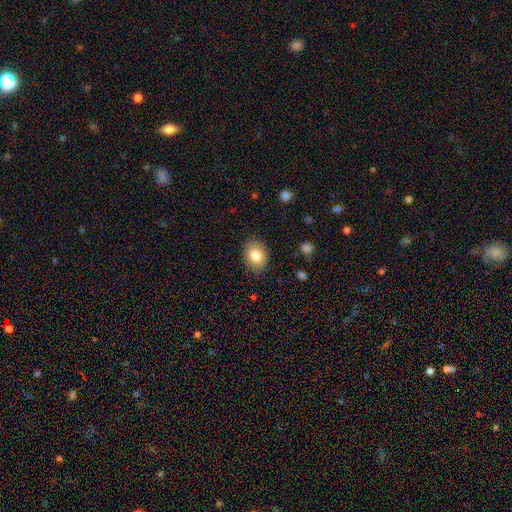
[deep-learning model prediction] smooth 83%, star or artifact 9%, featured or disk 8%. Down the decision tree: how rounded — in between (64%); merging — none (83%).